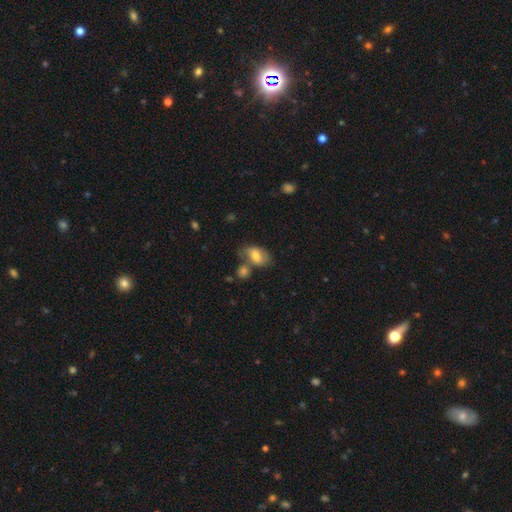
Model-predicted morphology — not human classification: Smooth or featured? Predicted: smooth (p=0.65). How rounded? Predicted: in between (p=0.86). Merging? Predicted: none (p=0.46).